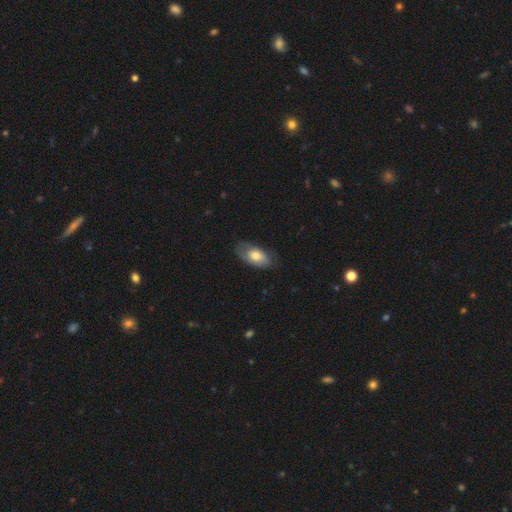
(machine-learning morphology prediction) type=smooth (69%); roundness=in between (92%); merging=none (70%).